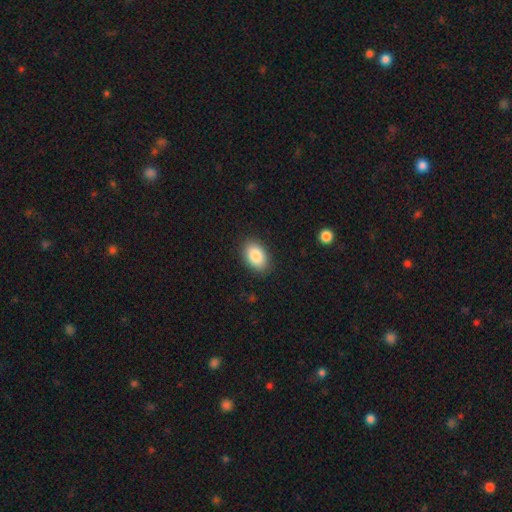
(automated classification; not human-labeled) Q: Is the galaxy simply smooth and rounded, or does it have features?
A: smooth — 87%.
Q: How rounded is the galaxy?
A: in between — 88%.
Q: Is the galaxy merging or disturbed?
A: none — 88%.